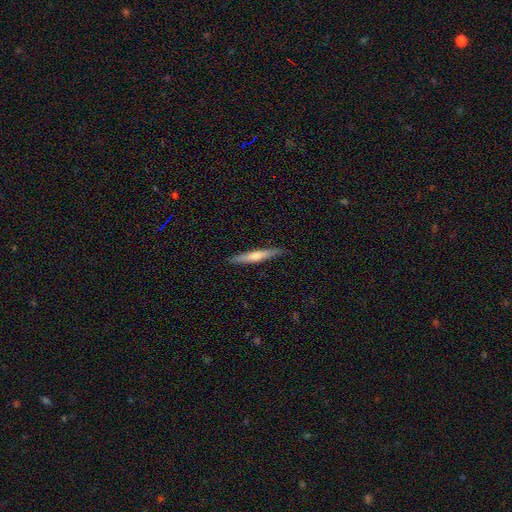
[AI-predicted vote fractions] This is possibly a featured or disk galaxy (52%). It is clearly viewed edge-on (96%). Merging: clearly none (89%).